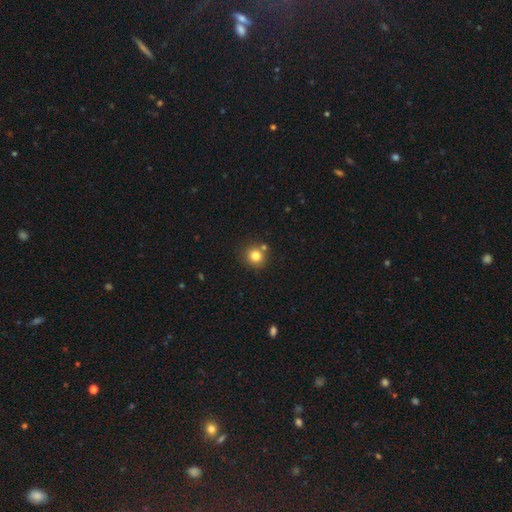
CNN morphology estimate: Smooth or featured? smooth (80%)
How rounded? round (90%)
Merging? none (76%)